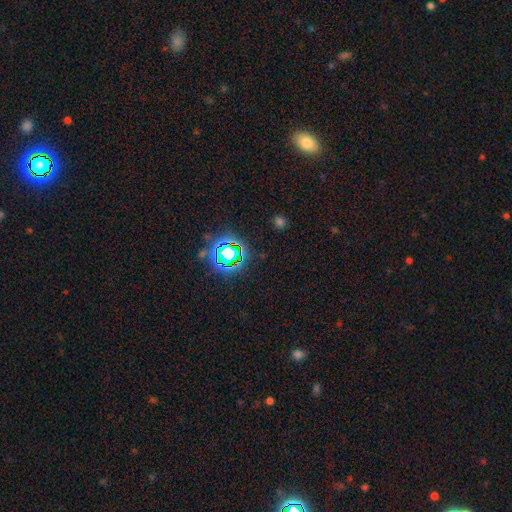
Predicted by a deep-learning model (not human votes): smooth-or-featured: star or artifact: 76% | smooth: 16% | featured or disk: 8%